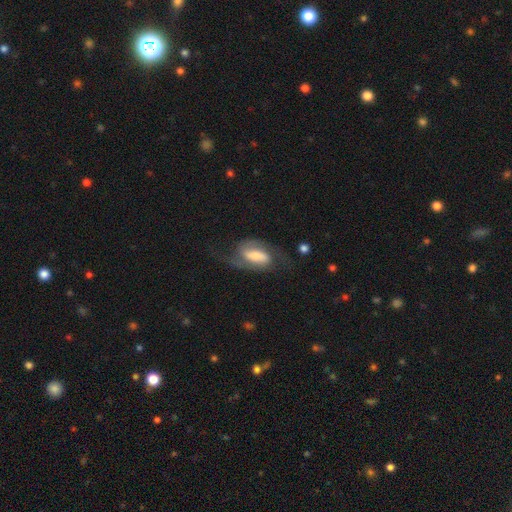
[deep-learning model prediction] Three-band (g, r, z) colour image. It shows a featured or disk galaxy (70%) with a weak bar (39%), 2 (88%) medium (45%) spiral arms (92%) and a moderate central bulge (32%). Merging: none (55%).